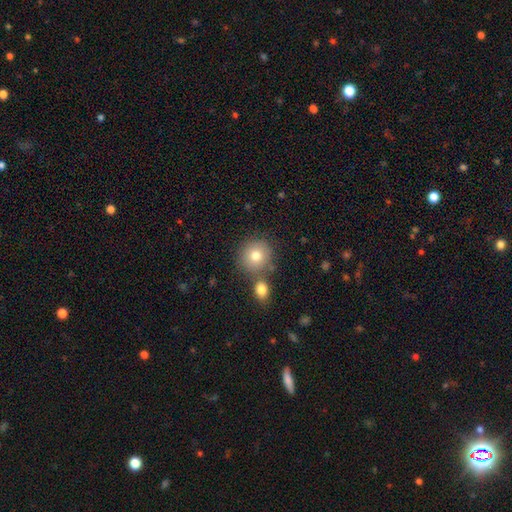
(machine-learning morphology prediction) Overall: smooth (79%). How rounded: round (88%). Merging: none (68%).